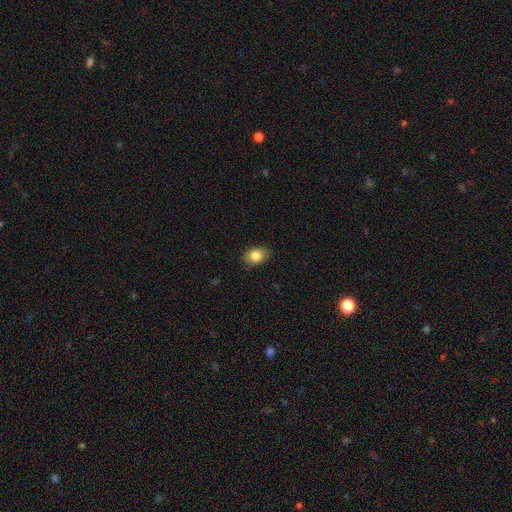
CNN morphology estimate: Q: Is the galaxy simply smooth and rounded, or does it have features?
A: smooth — 83%.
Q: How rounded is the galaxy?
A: in between — 76%.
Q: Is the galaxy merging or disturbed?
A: none — 86%.